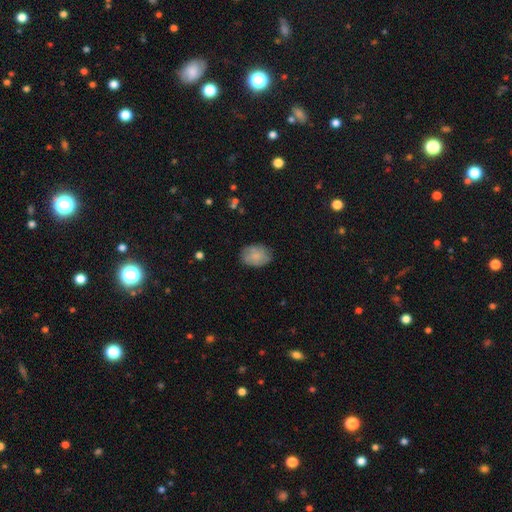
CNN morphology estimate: Overall: smooth (79%). How rounded: in between (77%). Merging: none (79%).